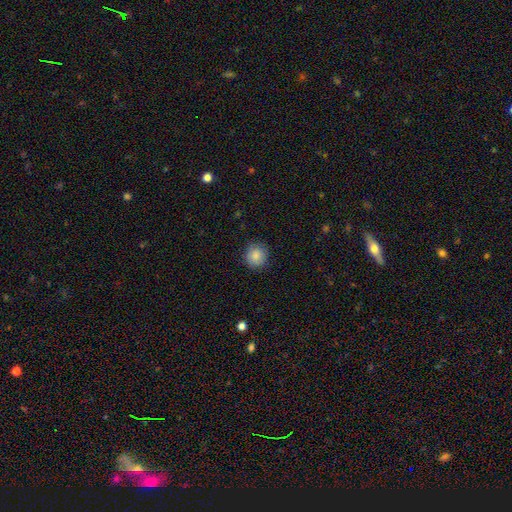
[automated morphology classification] A smooth galaxy with no disk features (86%) that is round (90%). Merging: none (86%).